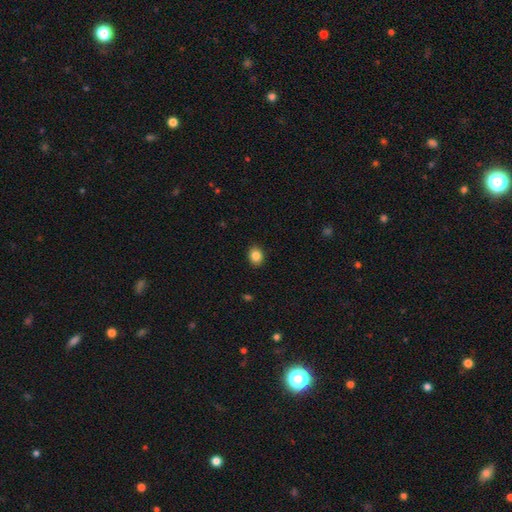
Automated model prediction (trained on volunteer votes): Morphology: type=smooth (86%); roundness=round (50%); merging=none (89%).